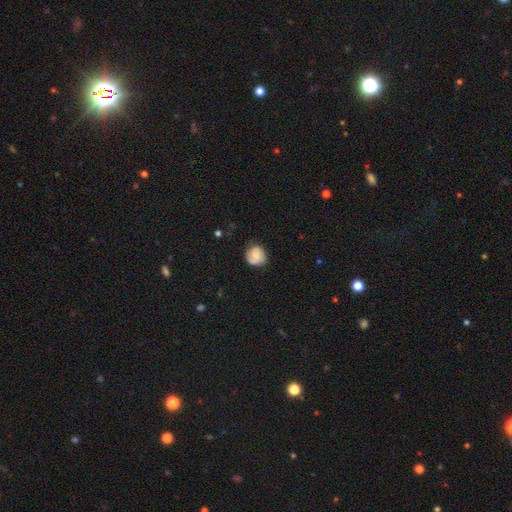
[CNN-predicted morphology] This appears to be a smooth galaxy with no disk features (72%) that is round (85%). Merging: none (73%).